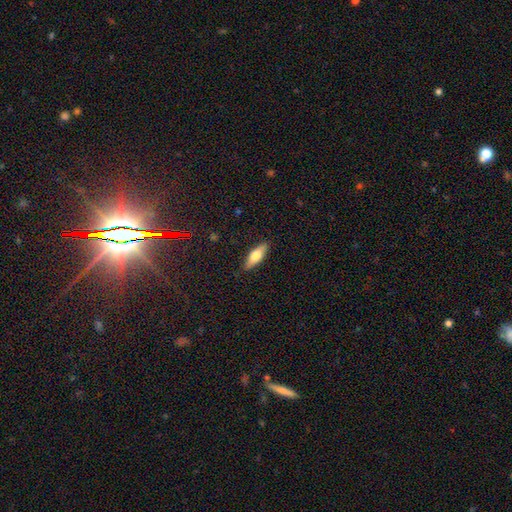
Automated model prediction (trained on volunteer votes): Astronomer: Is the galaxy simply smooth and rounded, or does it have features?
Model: smooth — 58% (runner-up: featured or disk, 36%).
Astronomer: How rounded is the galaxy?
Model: in between — 53% (runner-up: cigar-shaped, 45%).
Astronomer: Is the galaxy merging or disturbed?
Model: none — 88%.